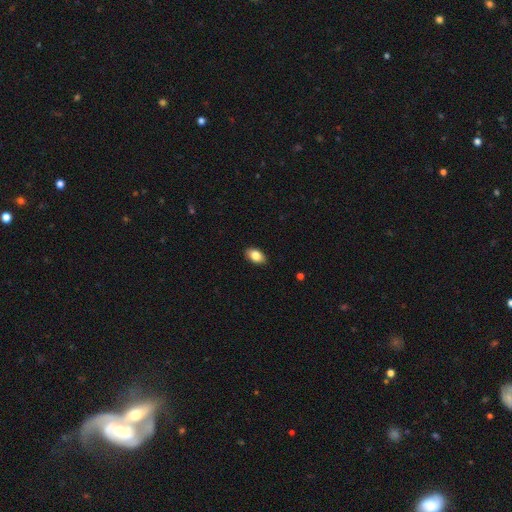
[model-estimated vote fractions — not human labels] A smooth galaxy with no disk features (85%) that is in between round and cigar-shaped (91%).

Vote fractions:
- Smooth or featured? smooth: 85% / featured or disk: 8% / star or artifact: 7%
- How rounded? in between: 91% / round: 8% / cigar-shaped: 2%
- Merging? none: 88% / minor disturbance: 9% / major disturbance: 2% / merger: 1%